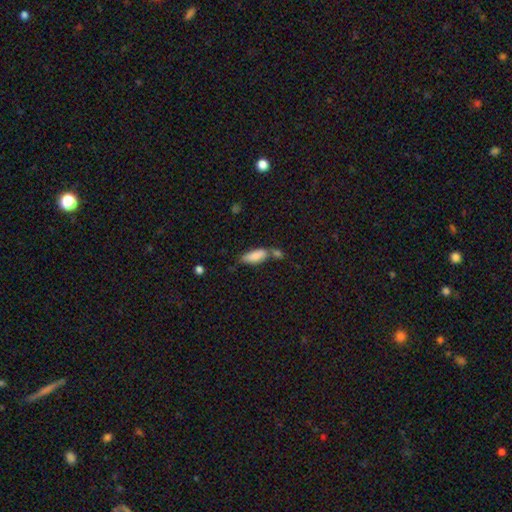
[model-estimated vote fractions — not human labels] smooth 83%, featured or disk 9%, star or artifact 7%. Down the decision tree: how rounded — in between (70%); merging — none (43%).